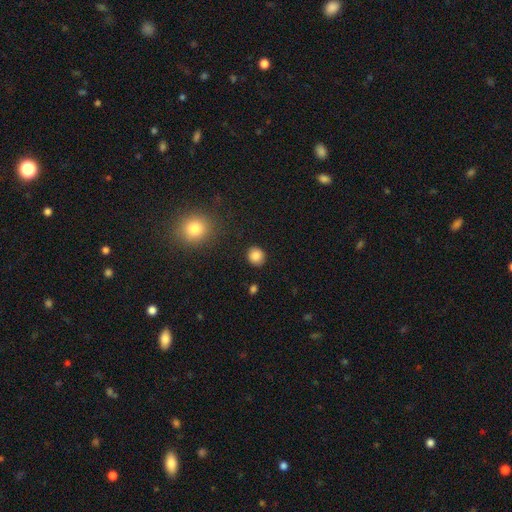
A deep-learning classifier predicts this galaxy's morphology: This appears to be a smooth galaxy with no disk features (85%) that is round (86%). Merging: none (89%).